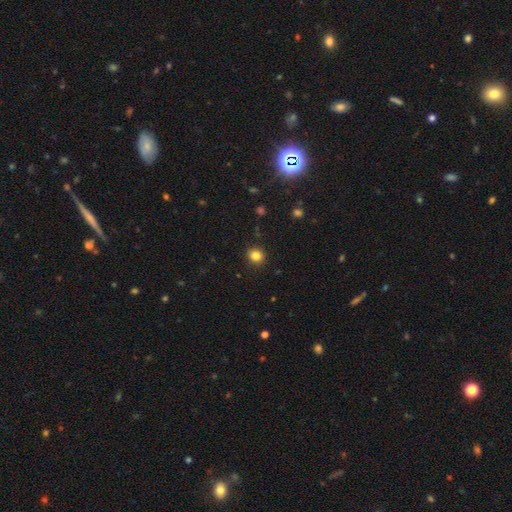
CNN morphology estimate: This appears to be a smooth galaxy with no disk features (83%) that is round (88%). Merging: none (91%).